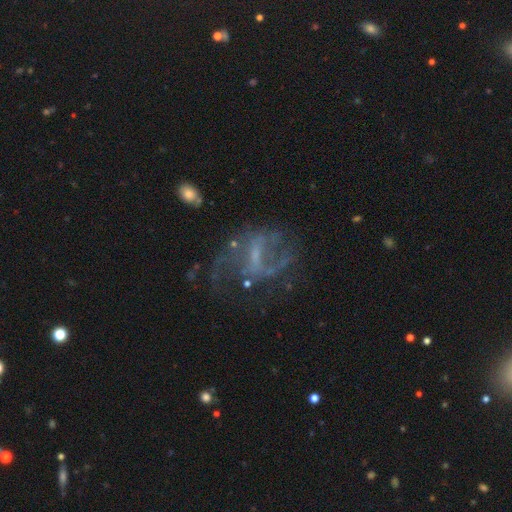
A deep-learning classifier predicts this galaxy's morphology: Q: Smooth or featured?
A: featured or disk (74%); runner-up: star or artifact (15%)
Q: Edge-on disk?
A: no (96%); runner-up: yes (4%)
Q: Bar?
A: weak (47%); runner-up: no (30%)
Q: Spiral arms?
A: yes (69%); runner-up: no (31%)
Q: Bulge size?
A: small (48%); runner-up: none (34%)
Q: Merging?
A: none (47%); runner-up: major disturbance (31%)